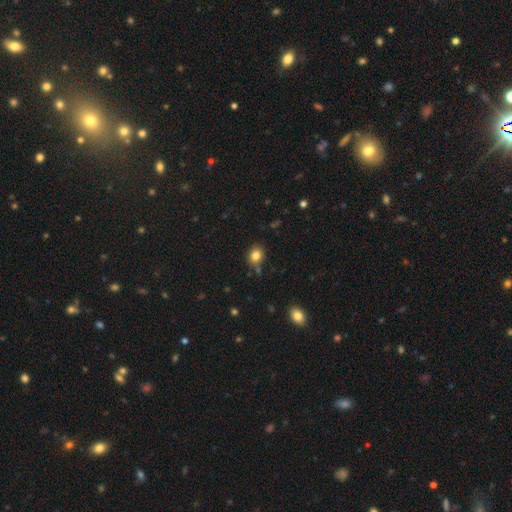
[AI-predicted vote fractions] A smooth galaxy with no disk features (82%) that is round (60%). Merging: none (79%).